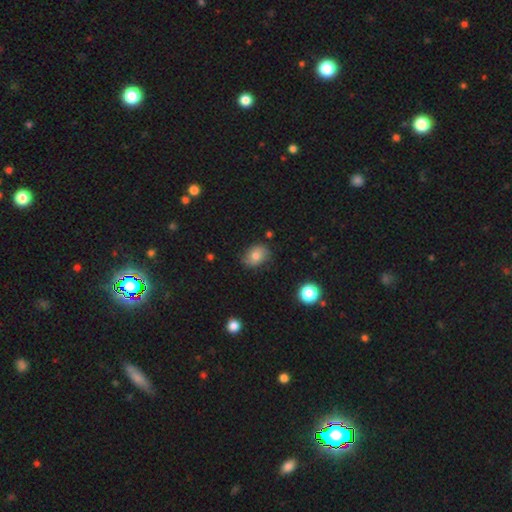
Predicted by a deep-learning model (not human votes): This appears to be a smooth galaxy with no disk features (70%) that is in between round and cigar-shaped (65%). Merging: none (73%).